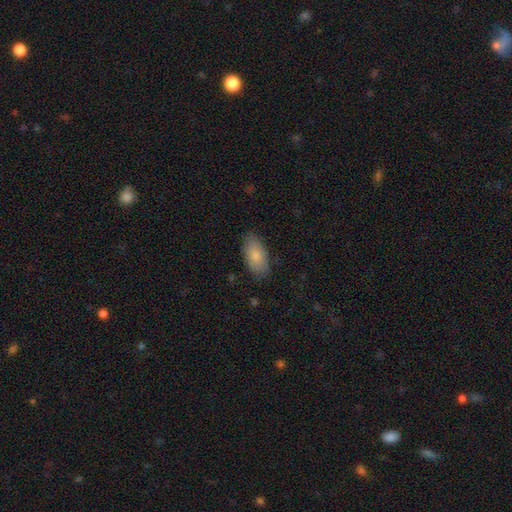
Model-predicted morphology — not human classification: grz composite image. It shows a smooth galaxy with no disk features (83%) that is in between round and cigar-shaped (92%). Merging: none (84%).